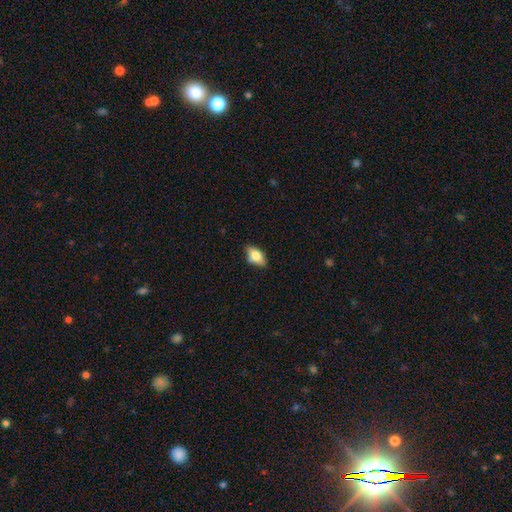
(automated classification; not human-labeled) A smooth galaxy with no disk features (70%) that is in between round and cigar-shaped (87%). Merging: none (75%).